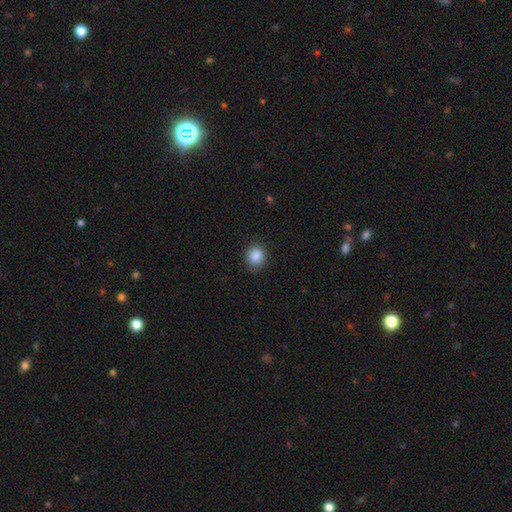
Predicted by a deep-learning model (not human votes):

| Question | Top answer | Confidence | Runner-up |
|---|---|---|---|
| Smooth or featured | smooth | 88% | star or artifact (9%) |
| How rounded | round | 79% | in between (20%) |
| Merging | none | 83% | minor disturbance (13%) |